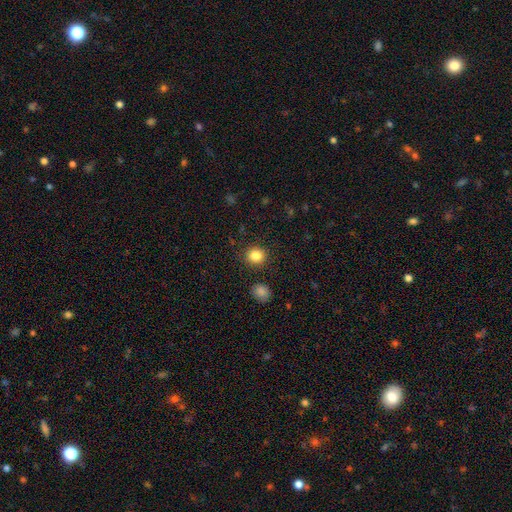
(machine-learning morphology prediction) Smooth or featured: smooth — 84% (star or artifact — 11%)
How rounded: round — 87% (in between — 12%)
Merging: none — 90% (minor disturbance — 6%)